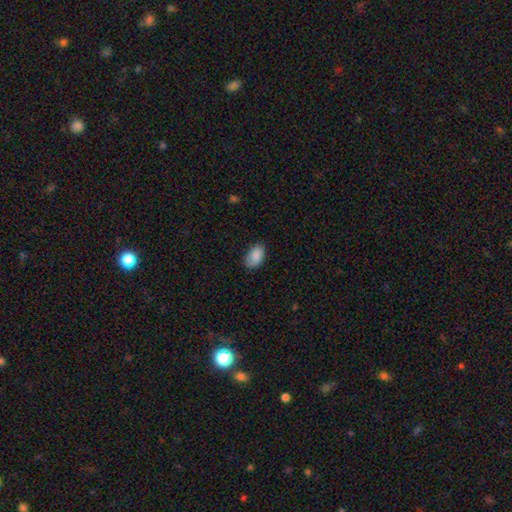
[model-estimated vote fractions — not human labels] This is clearly a smooth galaxy (88%). How rounded: clearly in between (91%). Merging: likely none (78%).